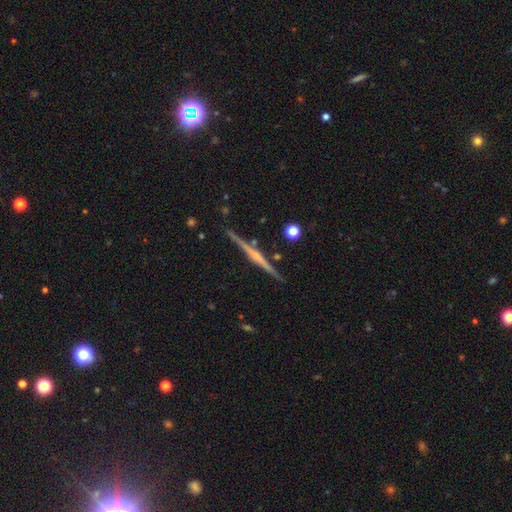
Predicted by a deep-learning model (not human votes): This is clearly a featured or disk galaxy (80%). It is clearly viewed edge-on (98%). Edge-on bulge: likely rounded (64%). Merging: clearly none (89%).